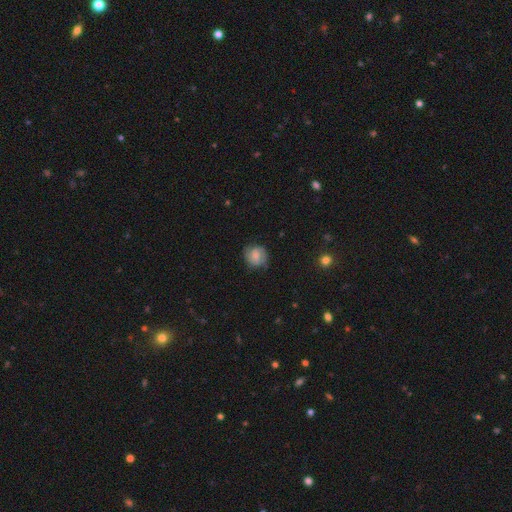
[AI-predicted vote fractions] Smooth or featured? Predicted: smooth (p=0.54). How rounded? Predicted: round (p=0.77). Merging? Predicted: none (p=0.71).